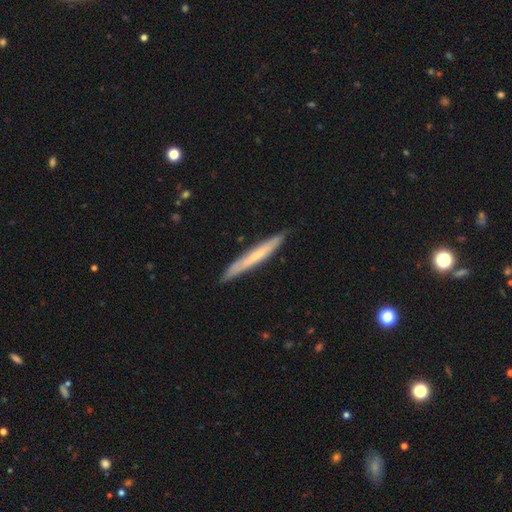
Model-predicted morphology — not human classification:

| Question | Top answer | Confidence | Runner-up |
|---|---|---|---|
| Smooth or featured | smooth | 52% | featured or disk (43%) |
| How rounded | cigar-shaped | 96% | in between (3%) |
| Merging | none | 87% | minor disturbance (10%) |